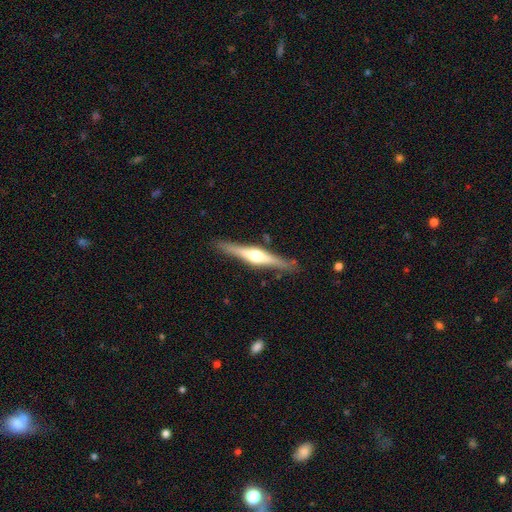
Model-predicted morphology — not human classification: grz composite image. It shows a featured or disk galaxy (76%) viewed edge-on (98%) with a rounded central bulge (93%). Merging: none (87%).